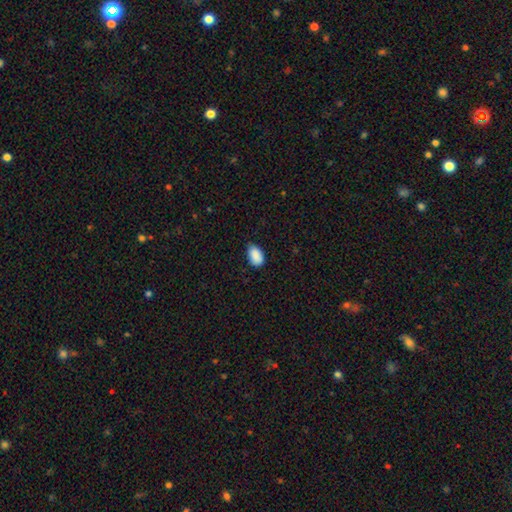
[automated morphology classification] Smooth or featured: smooth — 89% (star or artifact — 7%)
How rounded: in between — 92% (round — 7%)
Merging: none — 69% (minor disturbance — 26%)